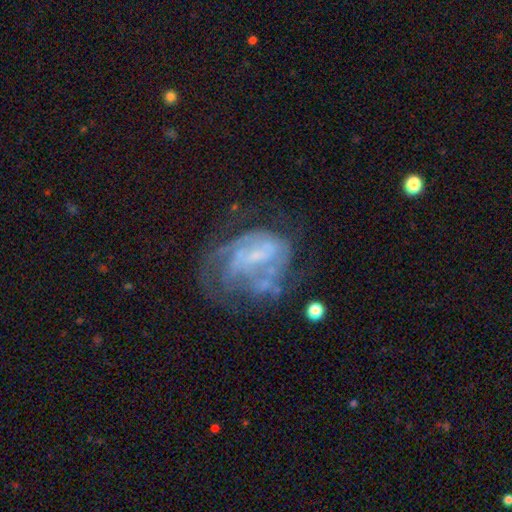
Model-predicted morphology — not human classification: Overall: featured or disk (73%). Edge-on disk: no (98%). Bar: no (49%; weak 39%). Spiral arms: yes (62%; no 38%). Bulge size: small (43%; none 35%). Merging: none (38%; major disturbance 34%).